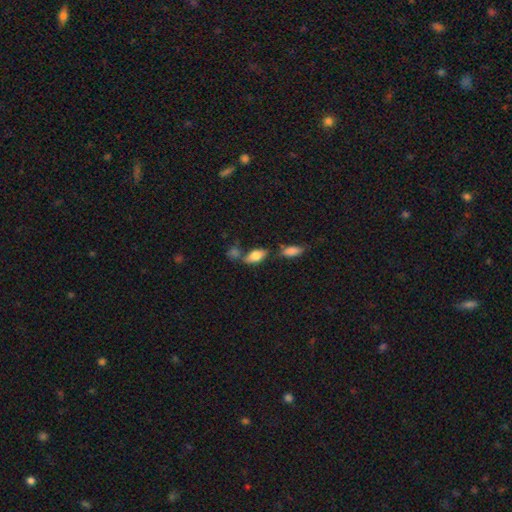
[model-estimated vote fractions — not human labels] Overall: smooth (78%). How rounded: in between (88%). Merging: none (57%; merger 21%).